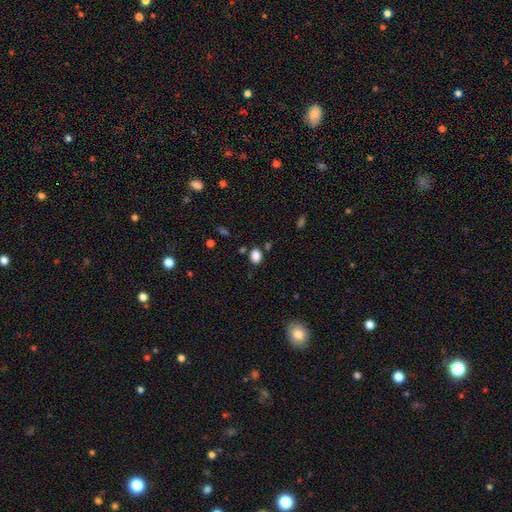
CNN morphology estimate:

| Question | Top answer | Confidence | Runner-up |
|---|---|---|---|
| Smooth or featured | smooth | 86% | star or artifact (11%) |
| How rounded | in between | 66% | round (32%) |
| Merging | none | 79% | minor disturbance (12%) |